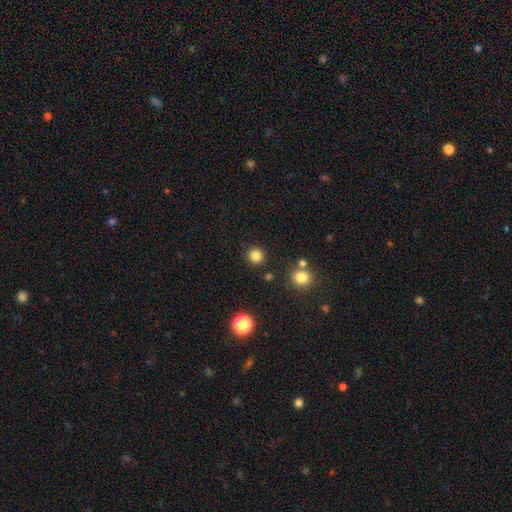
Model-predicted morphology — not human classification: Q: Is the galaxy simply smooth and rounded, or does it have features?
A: smooth — 83%.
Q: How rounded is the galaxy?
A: round — 93%.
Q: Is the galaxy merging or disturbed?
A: none — 89%.